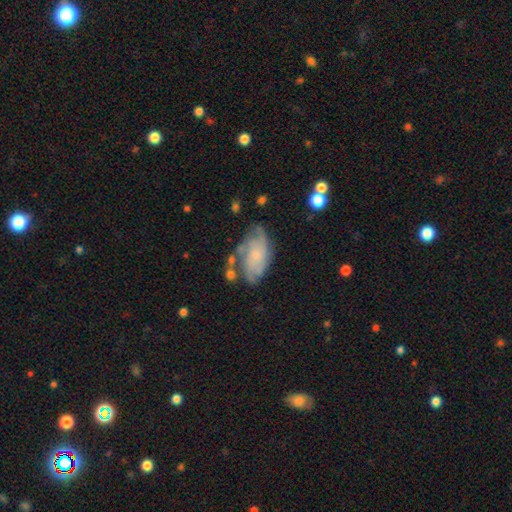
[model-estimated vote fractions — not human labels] A featured or disk galaxy (64%) with no bar (76%), tight (47%) spiral arms (86%) and a small central bulge (56%).

Vote fractions:
- Smooth or featured? featured or disk: 64% / smooth: 29% / star or artifact: 8%
- Edge-on disk? no: 95% / yes: 5%
- Bar? no: 76% / weak: 21% / strong: 3%
- Spiral arms? yes: 86% / no: 14%
- Spiral winding? tight: 47% / medium: 36% / loose: 17%
- Spiral arm count? can't tell: 42% / 2: 23% / 3: 17% / 4: 8% / 1: 5% / more than 4: 4%
- Bulge size? small: 56% / moderate: 21% / none: 18% / large: 3% / dominant: 1%
- Merging? none: 57% / minor disturbance: 25% / major disturbance: 11% / merger: 7%